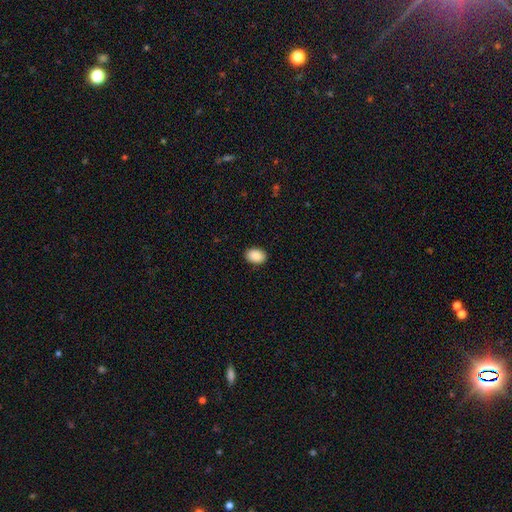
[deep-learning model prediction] smooth_or_featured: smooth (p=0.89) [alt: star or artifact p=0.07]
how_rounded: in between (p=0.77) [alt: round p=0.22]
merging: none (p=0.90) [alt: minor disturbance p=0.07]